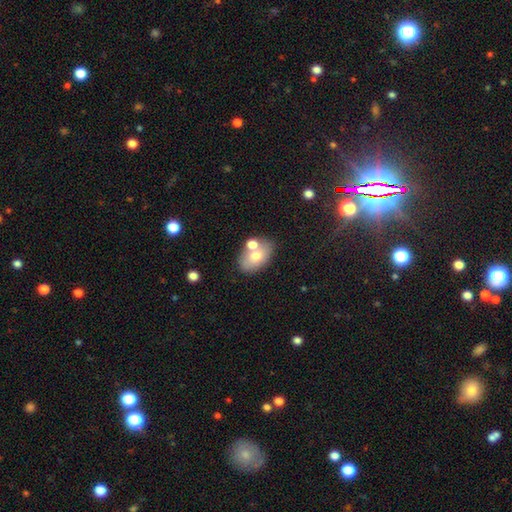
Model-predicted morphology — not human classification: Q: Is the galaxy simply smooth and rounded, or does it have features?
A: smooth — 69%.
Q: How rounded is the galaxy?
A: in between — 85%.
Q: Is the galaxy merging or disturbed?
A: none — 56%.